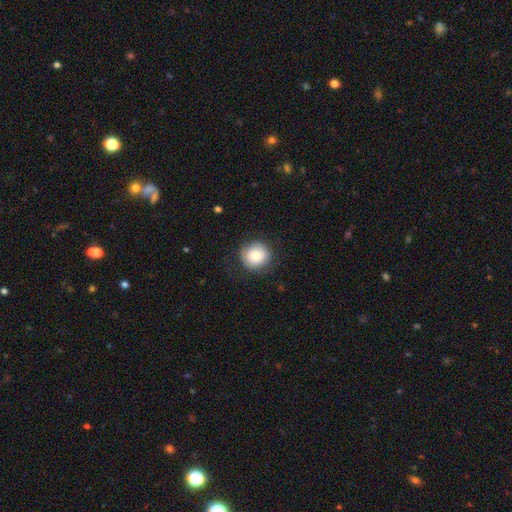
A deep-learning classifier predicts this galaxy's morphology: Smooth or featured? Predicted: smooth (p=0.81). How rounded? Predicted: round (p=0.89). Merging? Predicted: none (p=0.81).